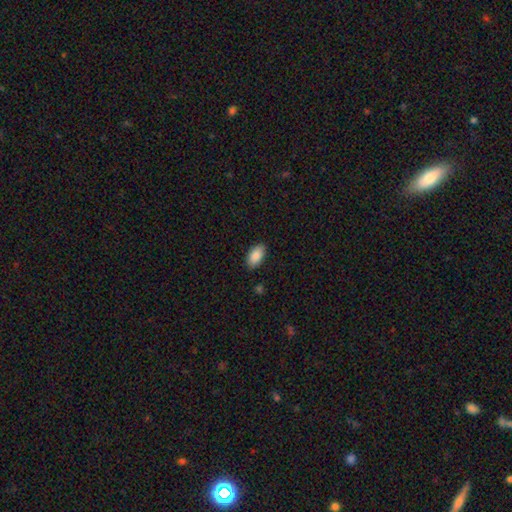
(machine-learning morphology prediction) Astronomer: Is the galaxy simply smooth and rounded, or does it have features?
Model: smooth — 88%.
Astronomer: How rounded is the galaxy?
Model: in between — 95%.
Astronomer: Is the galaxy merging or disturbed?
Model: none — 88%.